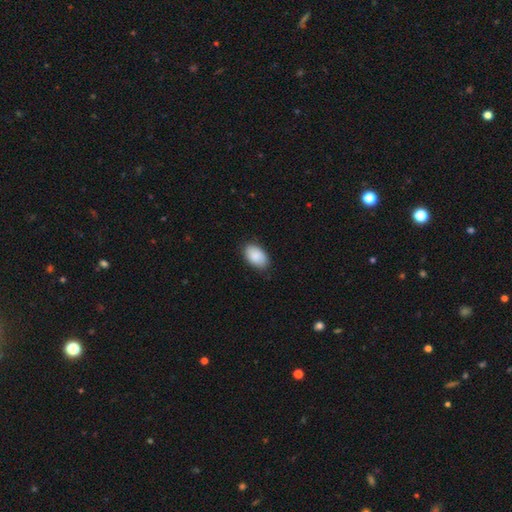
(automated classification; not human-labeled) Q: Smooth or featured?
A: smooth (89%); runner-up: star or artifact (6%)
Q: How rounded?
A: in between (93%); runner-up: round (6%)
Q: Merging?
A: none (84%); runner-up: minor disturbance (12%)